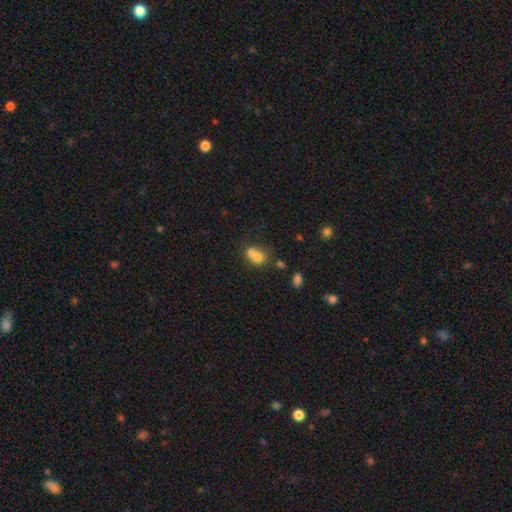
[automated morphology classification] smooth 68%, featured or disk 19%, star or artifact 12%. Down the decision tree: how rounded — round (62%); merging — merger (65%).